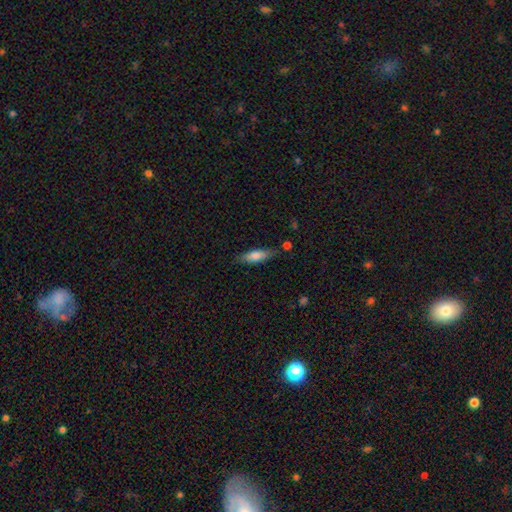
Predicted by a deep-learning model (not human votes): Smooth or featured?
  - smooth: 75% *
  - featured or disk: 18%
  - star or artifact: 7%
How rounded?
  - in between: 50% *
  - cigar-shaped: 48%
  - round: 2%
Merging?
  - none: 75% *
  - minor disturbance: 17%
  - merger: 4%
  - major disturbance: 4%